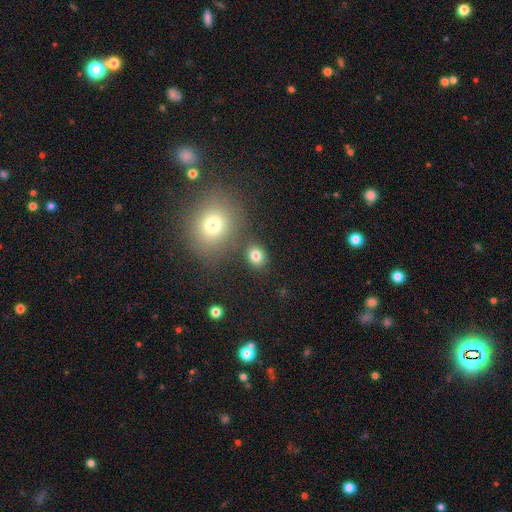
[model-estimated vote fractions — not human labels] This appears to be a smooth galaxy with no disk features (80%) that is round (57%). Merging: none (77%).